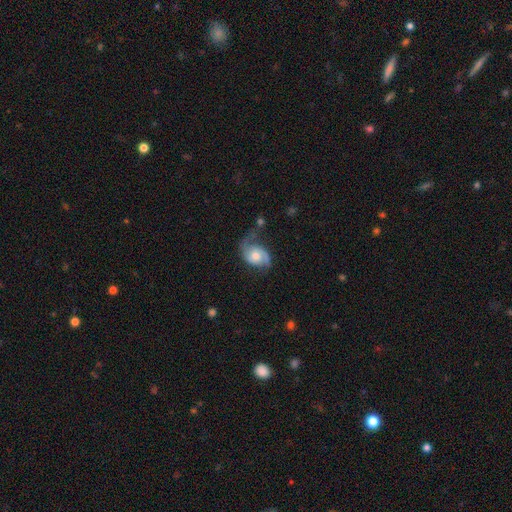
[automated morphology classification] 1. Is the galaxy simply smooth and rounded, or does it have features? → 75% featured or disk, 19% smooth, 6% star or artifact.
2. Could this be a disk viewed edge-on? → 97% no, 3% yes.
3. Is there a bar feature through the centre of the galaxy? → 66% no, 29% weak, 5% strong.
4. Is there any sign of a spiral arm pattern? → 93% yes, 7% no.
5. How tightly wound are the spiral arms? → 42% medium, 41% loose, 17% tight.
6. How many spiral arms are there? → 81% 2, 11% 1, 5% can't tell, 1% 3, 1% 4, 1% more than 4.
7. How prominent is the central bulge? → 63% moderate, 20% small, 13% large, 3% none, 2% dominant.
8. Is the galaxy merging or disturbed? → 45% none, 27% minor disturbance, 23% major disturbance, 6% merger.